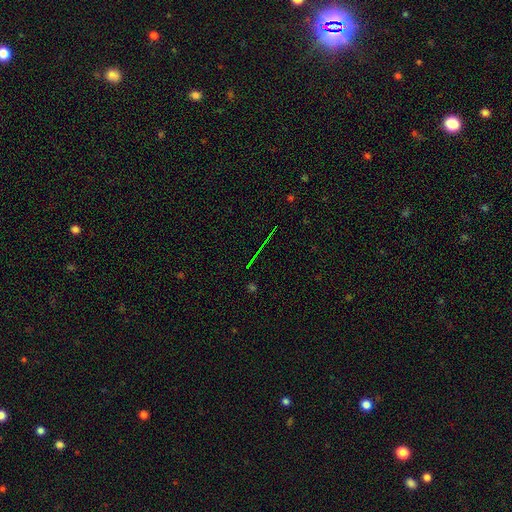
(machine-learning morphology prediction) Smooth or featured? star or artifact (75%)